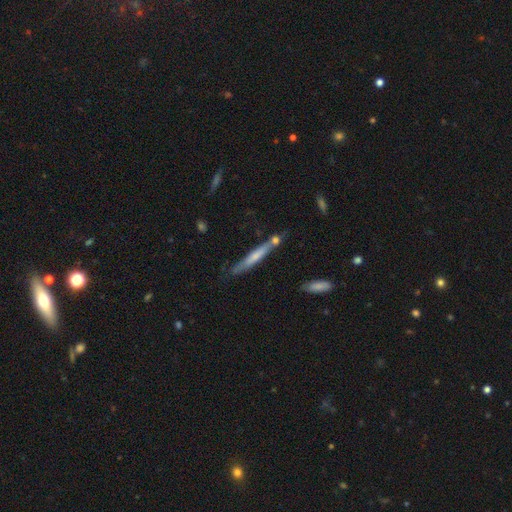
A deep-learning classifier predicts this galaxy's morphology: type=smooth (51%); roundness=cigar-shaped (94%); merging=none (70%).